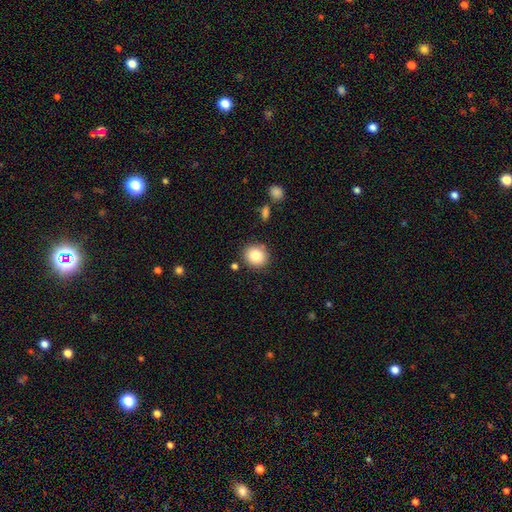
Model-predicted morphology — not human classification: This appears to be a smooth galaxy with no disk features (83%) that is round (84%). Merging: none (85%).